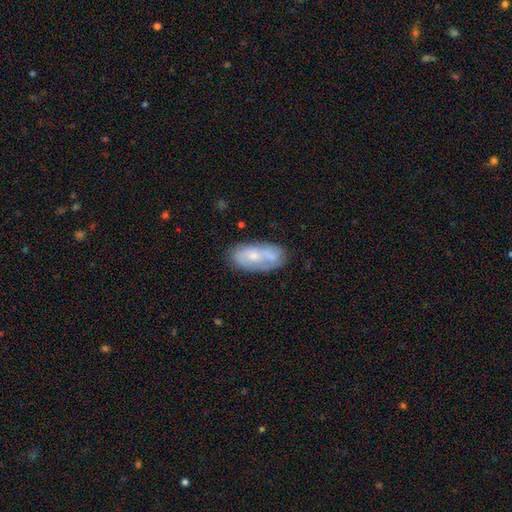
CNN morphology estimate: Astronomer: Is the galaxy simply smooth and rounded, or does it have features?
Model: featured or disk — 52% (runner-up: smooth, 41%).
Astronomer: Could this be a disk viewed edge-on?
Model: no — 91%.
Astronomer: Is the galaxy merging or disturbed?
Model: none — 62%.